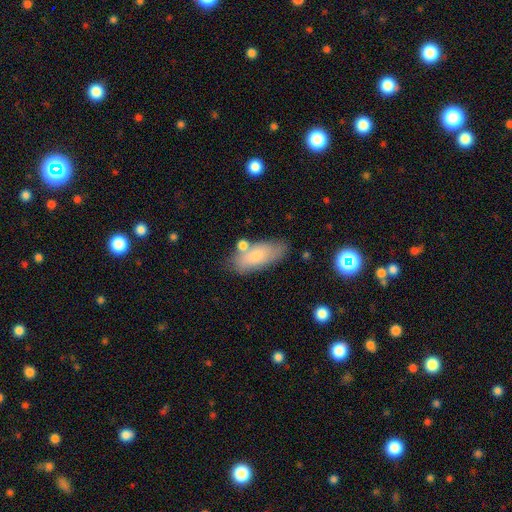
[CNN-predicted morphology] A smooth galaxy with no disk features (75%) that is in between round and cigar-shaped (84%).

Vote fractions:
- Smooth or featured? smooth: 75% / featured or disk: 18% / star or artifact: 7%
- How rounded? in between: 84% / cigar-shaped: 14% / round: 3%
- Merging? none: 64% / minor disturbance: 19% / merger: 12% / major disturbance: 5%